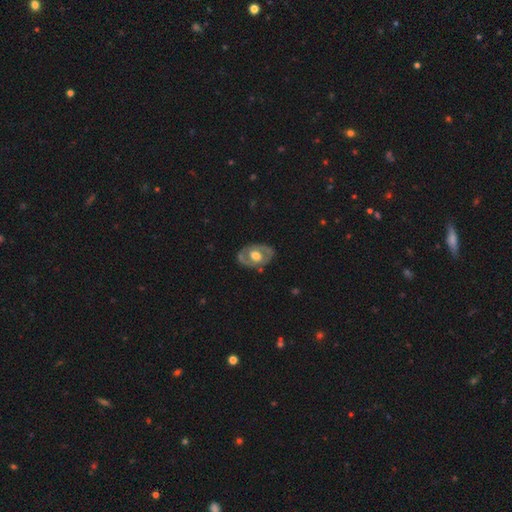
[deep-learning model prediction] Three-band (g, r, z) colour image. It shows a featured or disk galaxy (65%) with no bar (71%), no spiral arms (66%) and a moderate central bulge (52%). Merging: none (78%).